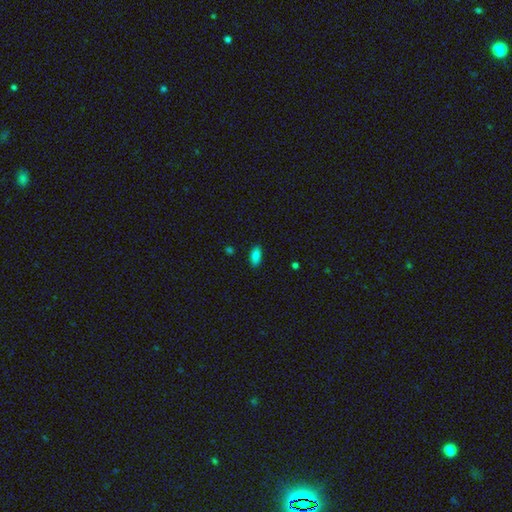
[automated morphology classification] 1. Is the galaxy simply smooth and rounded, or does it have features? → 86% smooth, 9% star or artifact, 4% featured or disk.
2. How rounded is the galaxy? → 88% in between, 9% cigar-shaped, 3% round.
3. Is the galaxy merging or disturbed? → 87% none, 10% minor disturbance, 2% major disturbance, 1% merger.